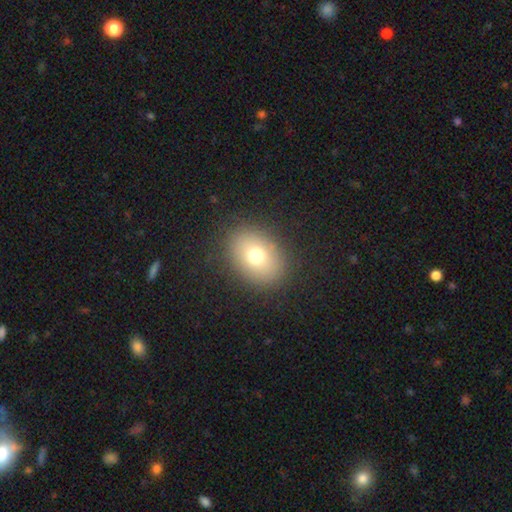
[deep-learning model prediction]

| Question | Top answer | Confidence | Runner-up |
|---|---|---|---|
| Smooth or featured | smooth | 71% | star or artifact (15%) |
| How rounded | in between | 56% | round (43%) |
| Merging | none | 86% | minor disturbance (8%) |